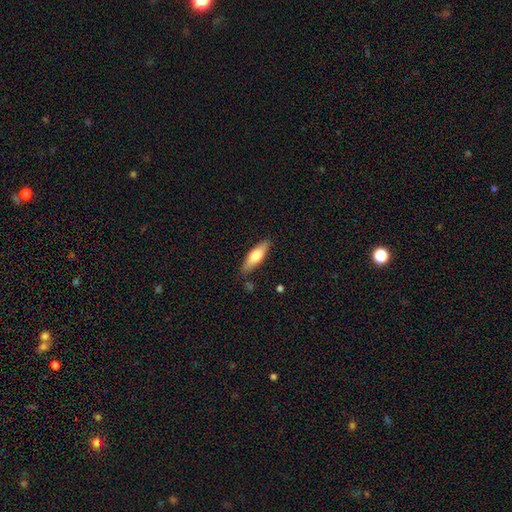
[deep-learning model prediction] Overall: smooth (65%; featured or disk 30%). How rounded: cigar-shaped (51%; in between 47%). Merging: none (83%).